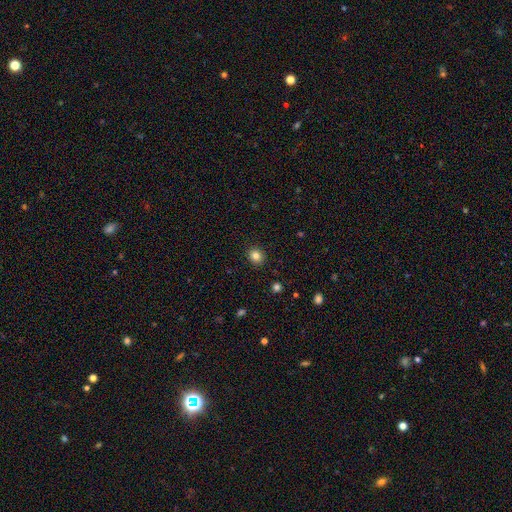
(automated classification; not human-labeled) Overall: smooth (83%). How rounded: round (74%). Merging: none (91%).